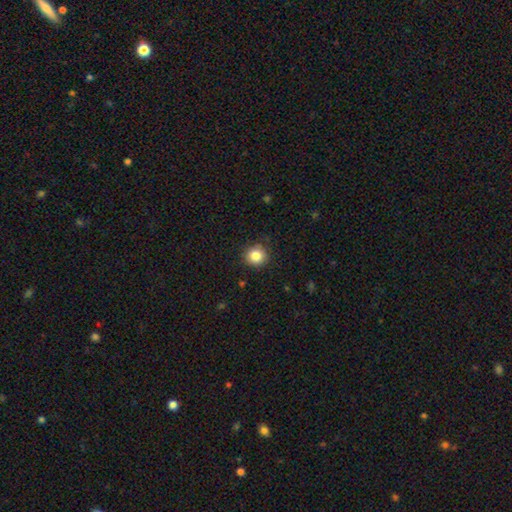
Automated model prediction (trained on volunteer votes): This appears to be a smooth galaxy with no disk features (85%) that is round (90%). Merging: none (86%).